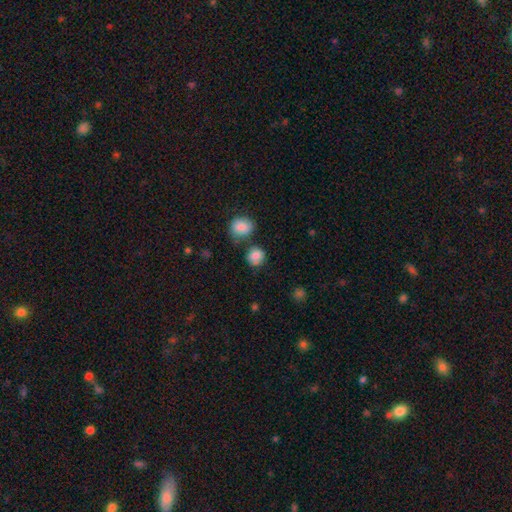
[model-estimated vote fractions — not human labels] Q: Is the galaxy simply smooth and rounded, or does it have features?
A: smooth — 84%.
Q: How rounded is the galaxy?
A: round — 84%.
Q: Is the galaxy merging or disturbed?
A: none — 68%.